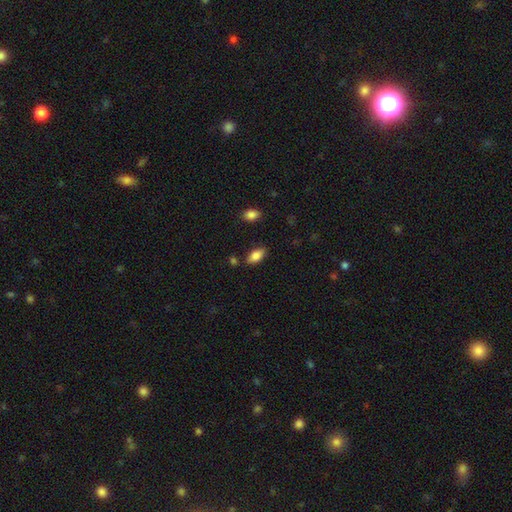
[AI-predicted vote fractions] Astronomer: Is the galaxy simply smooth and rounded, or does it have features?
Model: smooth — 83%.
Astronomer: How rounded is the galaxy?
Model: in between — 90%.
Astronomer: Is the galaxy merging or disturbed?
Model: none — 82%.